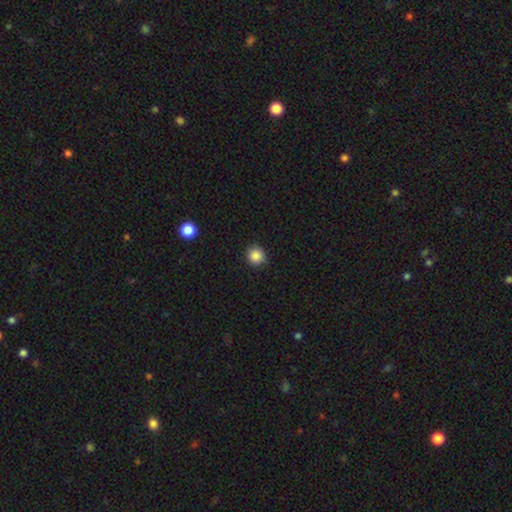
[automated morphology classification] Q: Smooth or featured?
A: smooth (86%); runner-up: star or artifact (10%)
Q: How rounded?
A: round (86%); runner-up: in between (13%)
Q: Merging?
A: none (89%); runner-up: minor disturbance (8%)